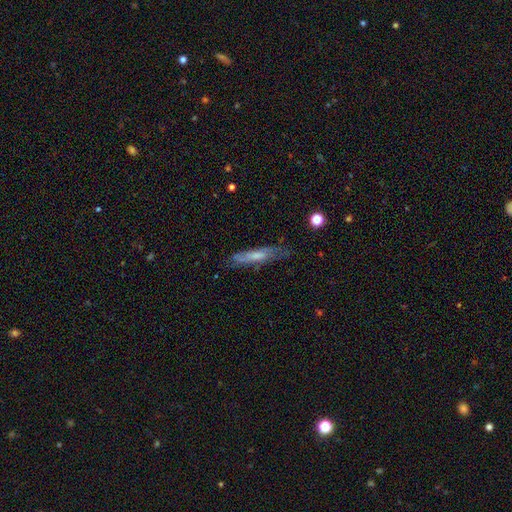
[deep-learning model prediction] smooth-or-featured: smooth: 48% | featured or disk: 44% | star or artifact: 7%
  merging: none: 65% | minor disturbance: 24% | major disturbance: 8% | merger: 2%